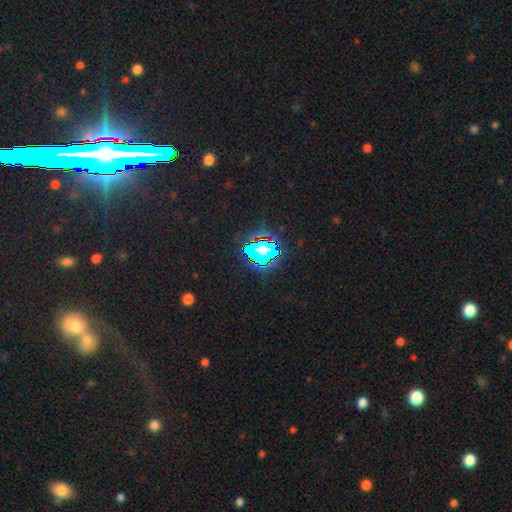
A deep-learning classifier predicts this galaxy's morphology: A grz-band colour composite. It shows a star or artifact, not a galaxy (81%).